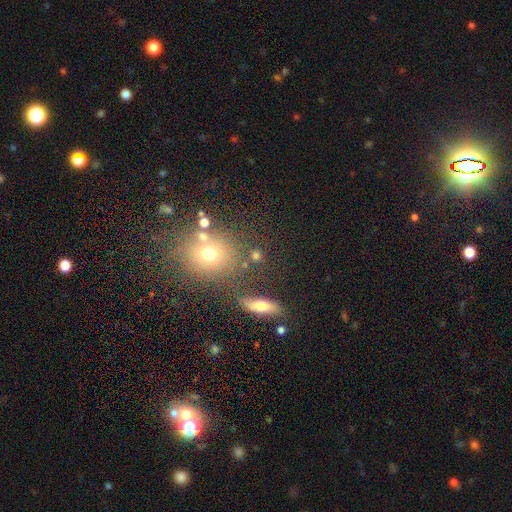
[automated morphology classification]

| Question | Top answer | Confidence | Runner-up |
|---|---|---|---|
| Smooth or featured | smooth | 67% | star or artifact (20%) |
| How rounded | round | 73% | in between (22%) |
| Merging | none | 70% | merger (14%) |